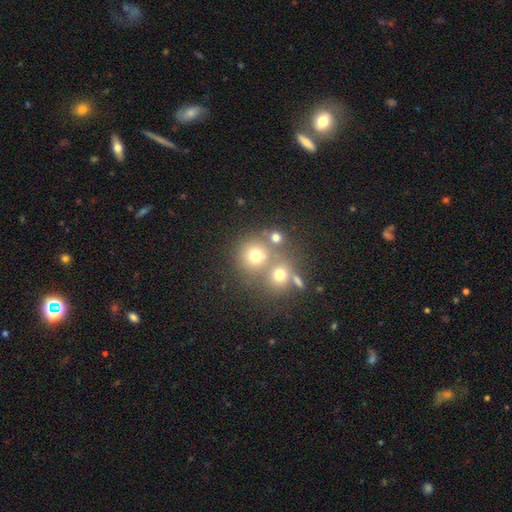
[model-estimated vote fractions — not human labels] The model was most divided on "merging": none: 52%, merger: 36%, minor disturbance: 8%, major disturbance: 5%. More confident: how rounded — round (87%); smooth or featured — smooth (70%).